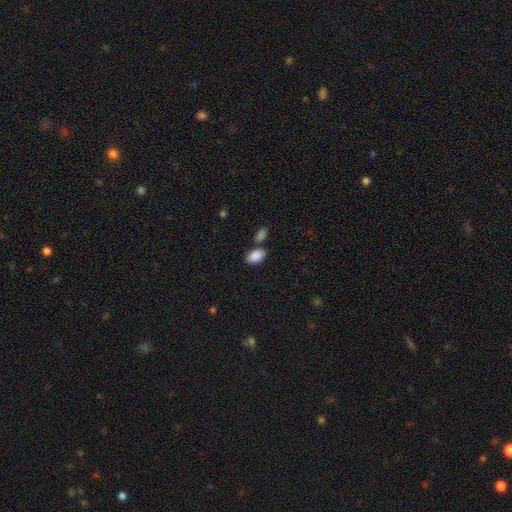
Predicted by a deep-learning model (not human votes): Overall: smooth (88%). How rounded: in between (92%). Merging: none (67%).